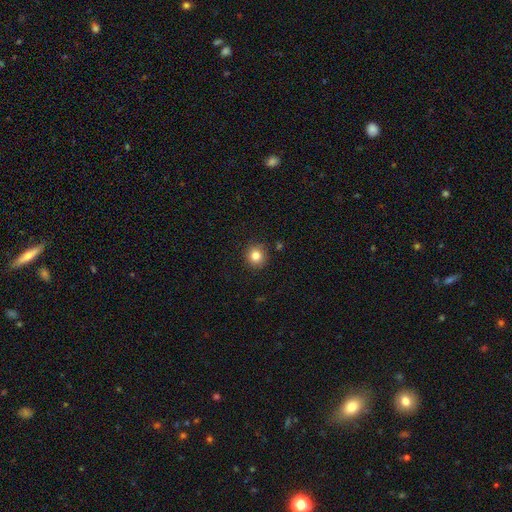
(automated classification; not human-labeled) The model was most divided on "smooth or featured": smooth: 83%, star or artifact: 11%, featured or disk: 6%. More confident: how rounded — round (92%); merging — none (89%).